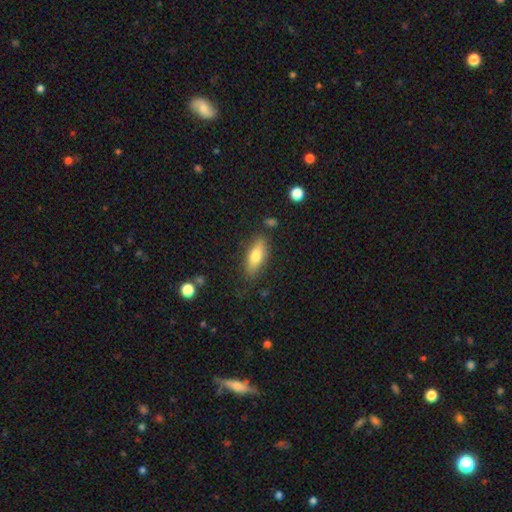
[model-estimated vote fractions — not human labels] Smooth or featured? smooth (73%)
How rounded? in between (70%)
Merging? none (79%)